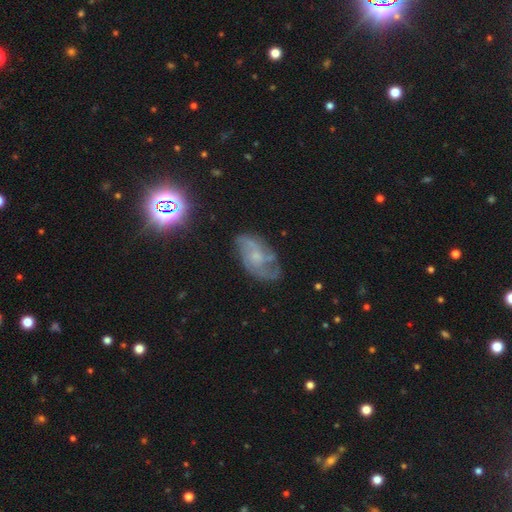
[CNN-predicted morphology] Smooth or featured: featured or disk — 74% (smooth — 15%)
Edge-on disk: no — 96% (yes — 4%)
Bar: no — 66% (weak — 30%)
Spiral arms: yes — 89% (no — 11%)
Spiral winding: medium — 47% (tight — 27%)
Spiral arm count: 2 — 46% (can't tell — 25%)
Bulge size: small — 55% (moderate — 23%)
Merging: none — 64% (minor disturbance — 22%)